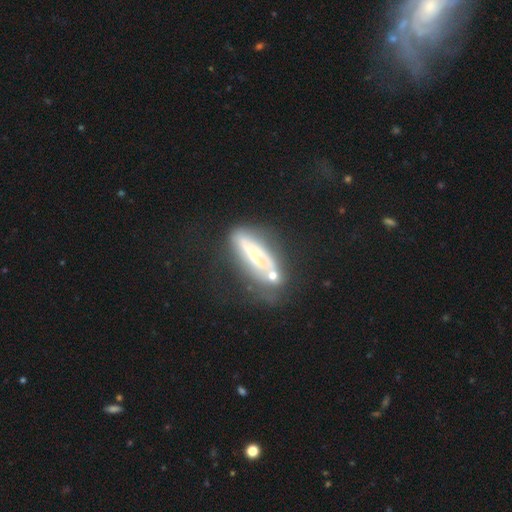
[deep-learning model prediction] Smooth or featured? featured or disk (64%)
Edge-on disk? no (55%)
Merging? none (44%)